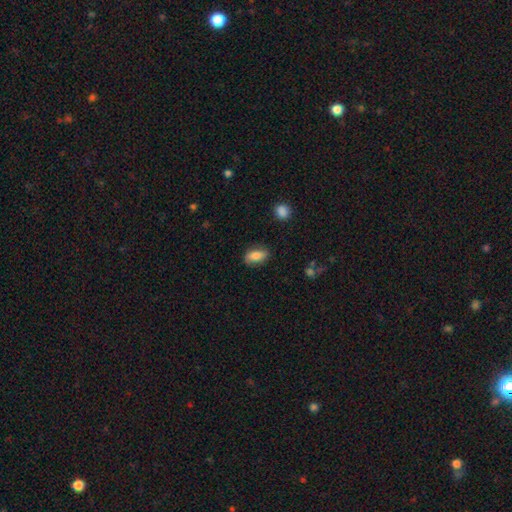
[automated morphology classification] Smooth or featured? smooth (82%)
How rounded? in between (86%)
Merging? none (82%)